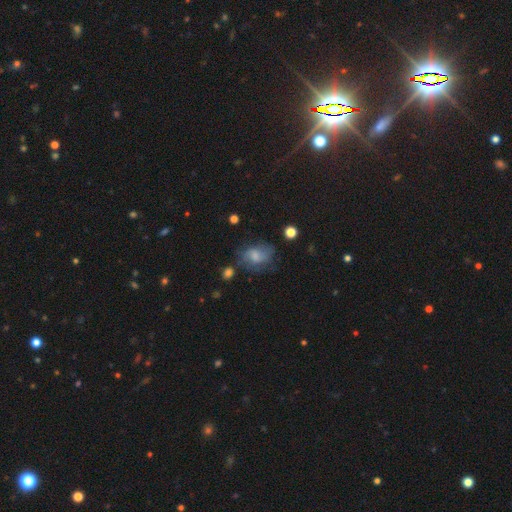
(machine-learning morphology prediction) smooth-or-featured: smooth: 62% | featured or disk: 27% | star or artifact: 11%
  how-rounded: in between: 70% | round: 28% | cigar-shaped: 1%
  merging: none: 46% | minor disturbance: 29% | major disturbance: 20% | merger: 5%